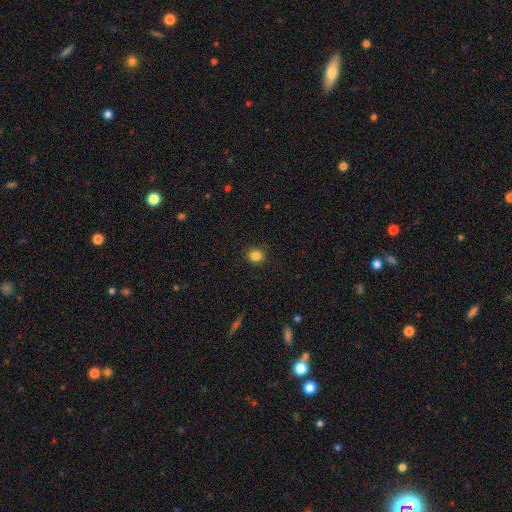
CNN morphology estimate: A smooth galaxy with no disk features (85%) that is round (85%).

Vote fractions:
- Smooth or featured? smooth: 85% / star or artifact: 11% / featured or disk: 4%
- How rounded? round: 85% / in between: 14% / cigar-shaped: 1%
- Merging? none: 91% / minor disturbance: 6% / major disturbance: 2% / merger: 1%